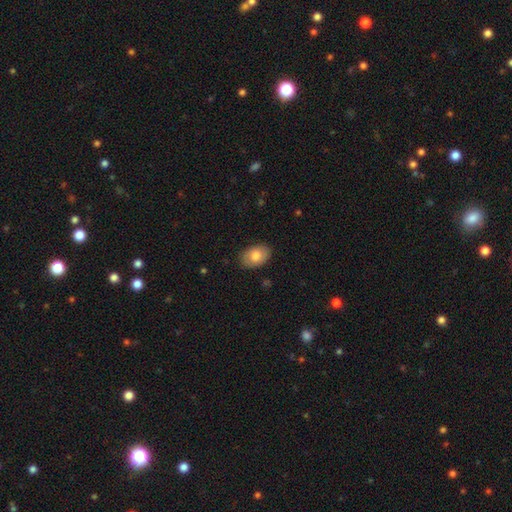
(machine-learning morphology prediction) A smooth galaxy with no disk features (78%) that is in between round and cigar-shaped (87%).

Vote fractions:
- Smooth or featured? smooth: 78% / featured or disk: 15% / star or artifact: 6%
- How rounded? in between: 87% / round: 12% / cigar-shaped: 1%
- Merging? none: 85% / minor disturbance: 11% / major disturbance: 2% / merger: 1%